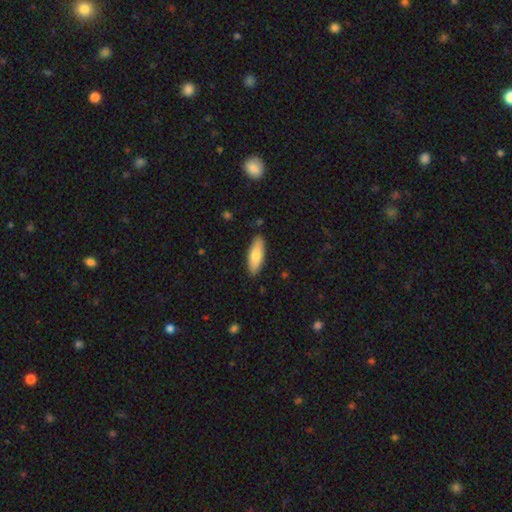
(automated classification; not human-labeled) smooth_or_featured: smooth (p=0.78) [alt: featured or disk p=0.17]
how_rounded: in between (p=0.63) [alt: cigar-shaped p=0.36]
merging: none (p=0.88) [alt: minor disturbance p=0.09]